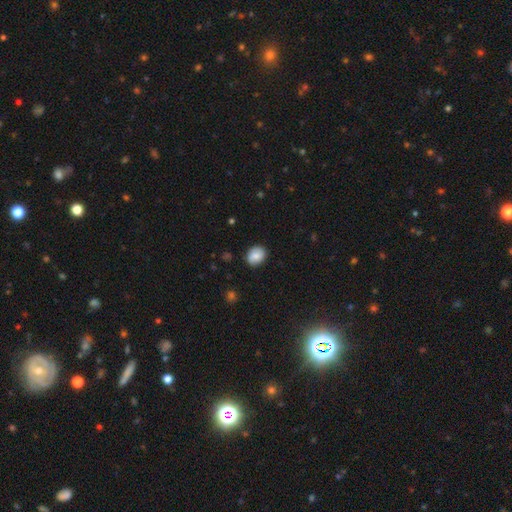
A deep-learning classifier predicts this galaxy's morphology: smooth-or-featured: smooth: 77% | featured or disk: 15% | star or artifact: 8%
  how-rounded: round: 55% | in between: 44% | cigar-shaped: 1%
  merging: none: 83% | minor disturbance: 13% | major disturbance: 3% | merger: 1%